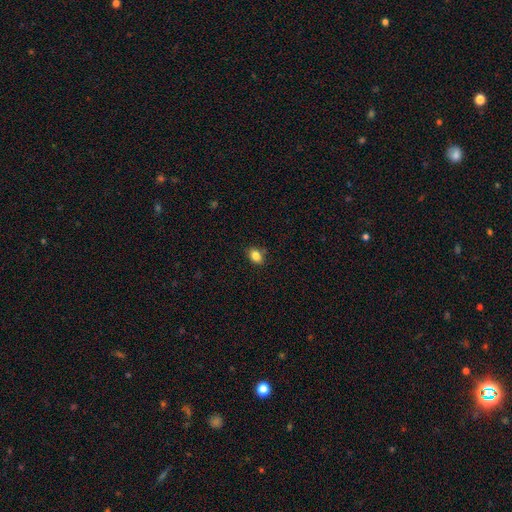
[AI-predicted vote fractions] Smooth or featured? Predicted: smooth (p=0.84). How rounded? Predicted: in between (p=0.77). Merging? Predicted: none (p=0.82).